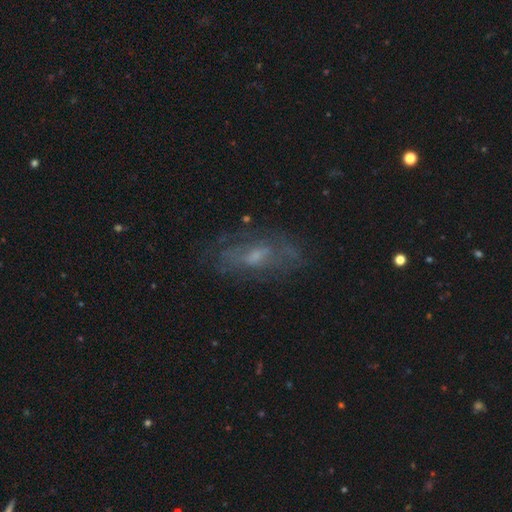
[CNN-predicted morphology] type=featured or disk (59%); edge-on=no (86%); bar=no (57%); spiral arms=no (52%); bulge=small (46%); merging=none (65%).